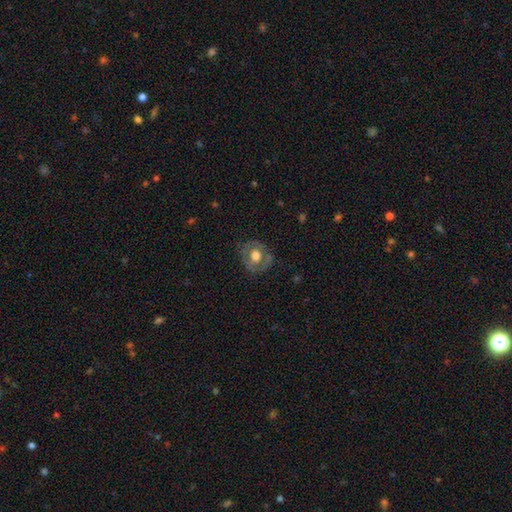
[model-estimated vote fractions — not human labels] Morphology: type=smooth (48%); merging=none (73%).